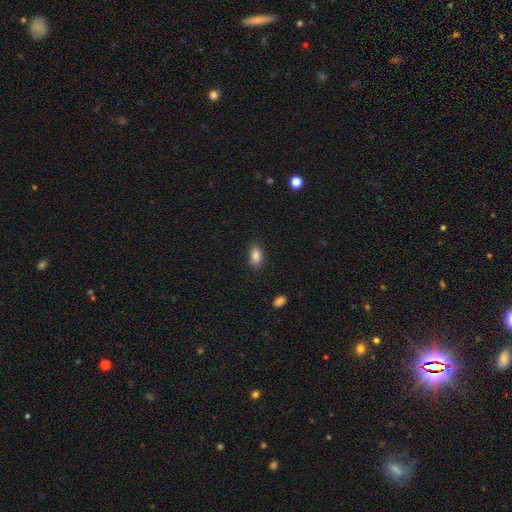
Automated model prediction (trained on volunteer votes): Smooth or featured?
  - smooth: 86% *
  - star or artifact: 8%
  - featured or disk: 6%
How rounded?
  - in between: 89% *
  - round: 6%
  - cigar-shaped: 5%
Merging?
  - none: 85% *
  - minor disturbance: 11%
  - major disturbance: 3%
  - merger: 1%